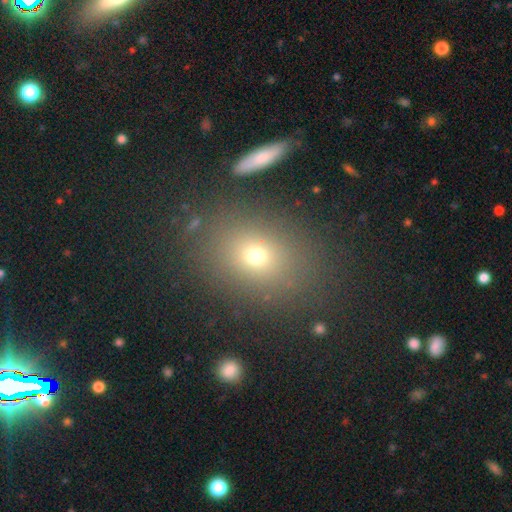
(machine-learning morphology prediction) This is likely a smooth galaxy (68%). How rounded: possibly round (50%). Merging: clearly none (83%).